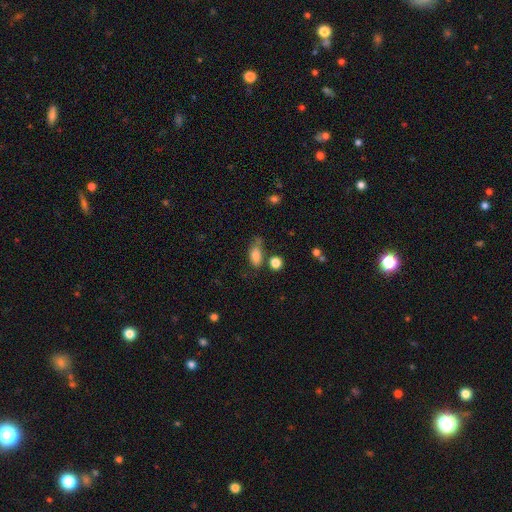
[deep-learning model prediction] smooth 82%, star or artifact 10%, featured or disk 9%. Down the decision tree: how rounded — in between (85%); merging — none (49%).